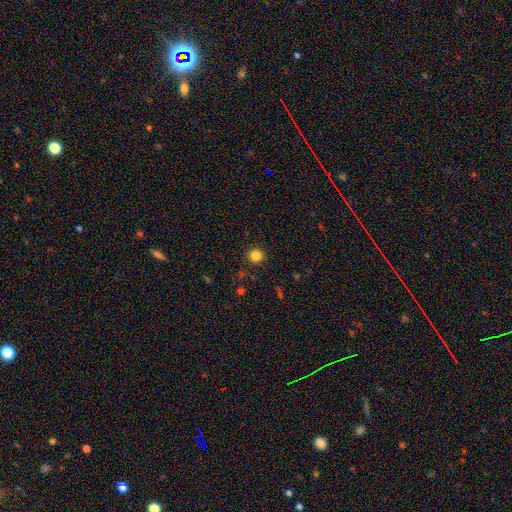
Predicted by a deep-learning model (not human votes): smooth_or_featured: smooth (p=0.84) [alt: star or artifact p=0.12]
how_rounded: round (p=0.94) [alt: in between p=0.05]
merging: none (p=0.91) [alt: minor disturbance p=0.06]